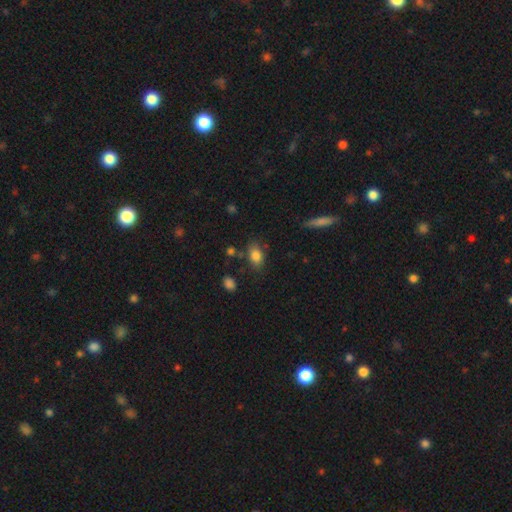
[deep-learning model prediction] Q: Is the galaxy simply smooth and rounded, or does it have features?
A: smooth — 82%.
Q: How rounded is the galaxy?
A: in between — 82%.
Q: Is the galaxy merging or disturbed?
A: none — 76%.